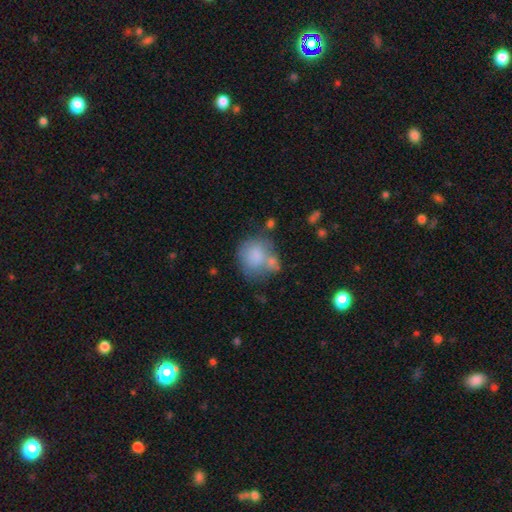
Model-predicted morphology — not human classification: smooth_or_featured: smooth (p=0.76) [alt: featured or disk p=0.16]
how_rounded: round (p=0.68) [alt: in between p=0.31]
merging: none (p=0.37) [alt: merger p=0.33]